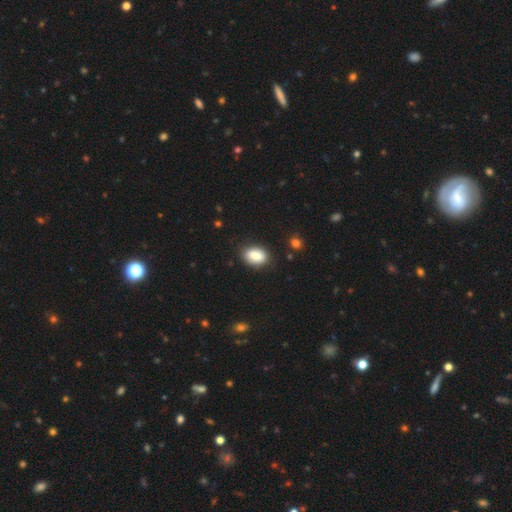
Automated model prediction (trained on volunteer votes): Smooth or featured?
  - smooth: 82% *
  - featured or disk: 10%
  - star or artifact: 8%
How rounded?
  - in between: 84% *
  - round: 14%
  - cigar-shaped: 2%
Merging?
  - none: 83% *
  - minor disturbance: 12%
  - major disturbance: 3%
  - merger: 2%